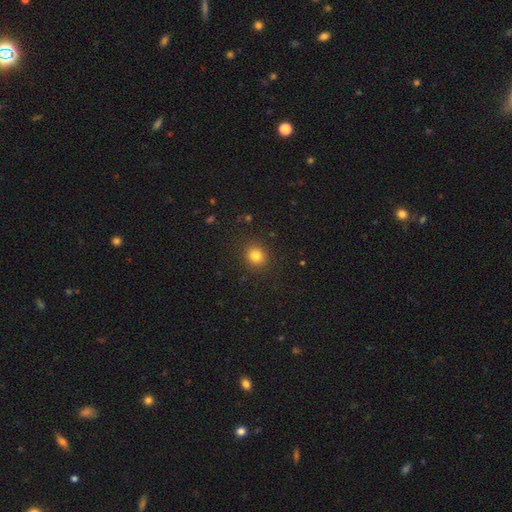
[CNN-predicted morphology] smooth 82%, star or artifact 12%, featured or disk 6%. Down the decision tree: how rounded — round (83%); merging — none (89%).